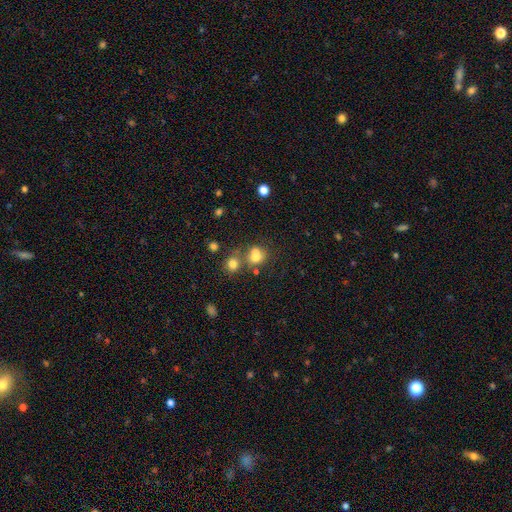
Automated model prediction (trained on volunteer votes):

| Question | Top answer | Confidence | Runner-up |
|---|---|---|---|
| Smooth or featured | smooth | 69% | star or artifact (17%) |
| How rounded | round | 63% | in between (36%) |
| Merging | merger | 46% | none (38%) |